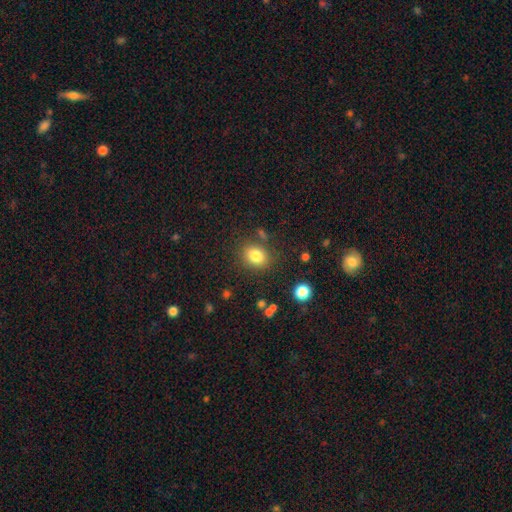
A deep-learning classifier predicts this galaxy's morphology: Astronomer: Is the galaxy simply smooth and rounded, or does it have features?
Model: smooth — 82%.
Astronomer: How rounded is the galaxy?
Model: round — 53% (runner-up: in between, 46%).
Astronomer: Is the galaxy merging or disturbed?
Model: none — 81%.